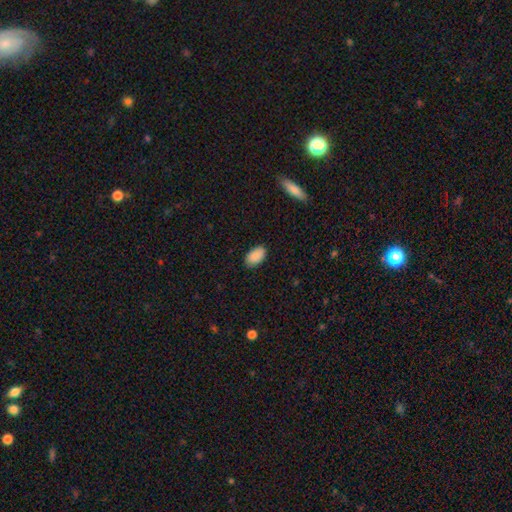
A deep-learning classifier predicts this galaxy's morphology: Smooth or featured: smooth — 89% (star or artifact — 7%)
How rounded: in between — 93% (round — 6%)
Merging: none — 84% (minor disturbance — 13%)